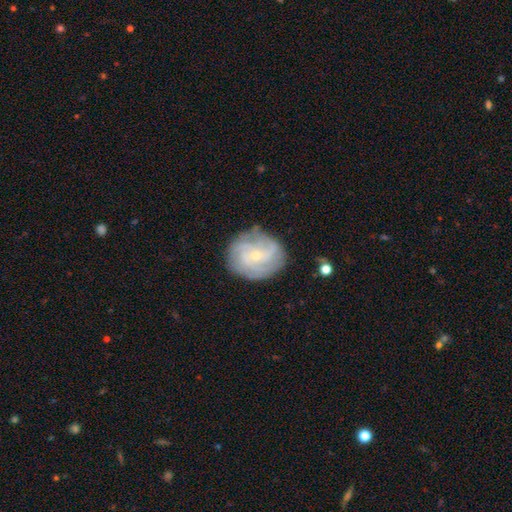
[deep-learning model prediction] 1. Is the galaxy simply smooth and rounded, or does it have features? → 79% featured or disk, 14% smooth, 7% star or artifact.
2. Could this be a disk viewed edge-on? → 98% no, 2% yes.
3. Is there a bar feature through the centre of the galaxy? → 68% no, 27% weak, 5% strong.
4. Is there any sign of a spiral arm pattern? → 94% yes, 6% no.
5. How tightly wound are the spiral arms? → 54% tight, 34% medium, 11% loose.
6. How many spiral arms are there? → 28% can't tell, 24% 3, 23% 4, 13% 2, 7% more than 4, 6% 1.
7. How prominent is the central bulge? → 77% small, 20% moderate, 1% none, 1% large, 1% dominant.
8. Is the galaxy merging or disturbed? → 78% none, 15% minor disturbance, 5% major disturbance, 1% merger.